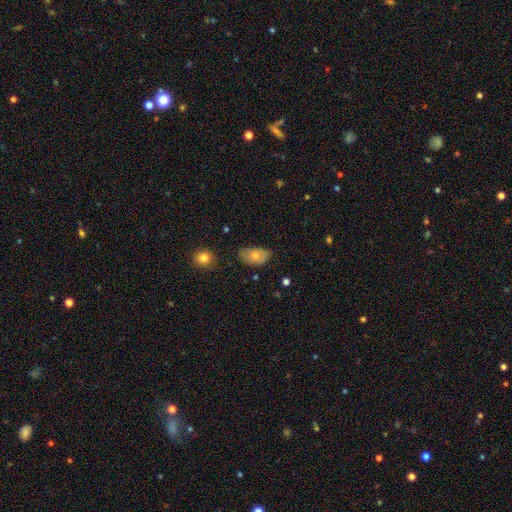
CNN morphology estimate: smooth-or-featured: smooth: 75% | featured or disk: 18% | star or artifact: 7%
  how-rounded: in between: 91% | round: 8% | cigar-shaped: 2%
  merging: none: 69% | minor disturbance: 25% | major disturbance: 5% | merger: 2%